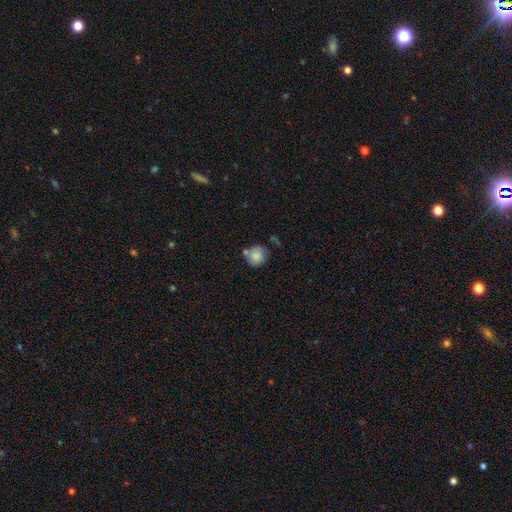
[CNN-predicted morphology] type=smooth (77%); roundness=round (83%); merging=none (57%).